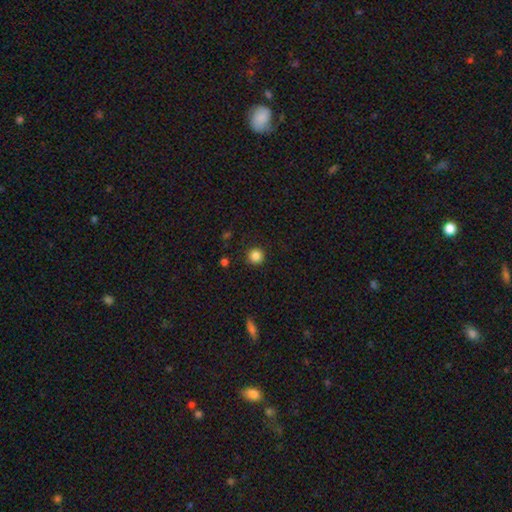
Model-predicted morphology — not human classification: This appears to be a smooth galaxy with no disk features (86%) that is round (95%). Merging: none (92%).